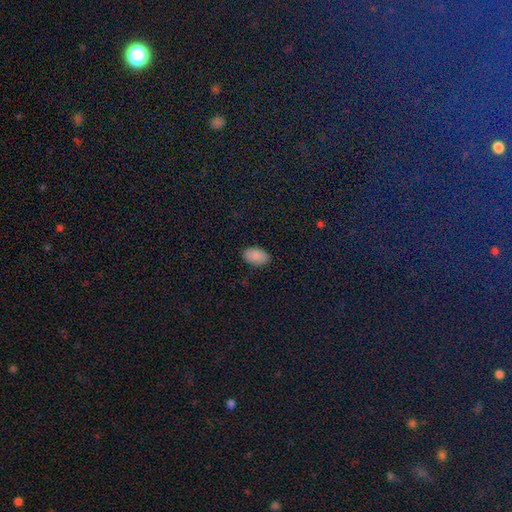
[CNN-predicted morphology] smooth_or_featured: smooth (p=0.87) [alt: star or artifact p=0.08]
how_rounded: in between (p=0.92) [alt: round p=0.07]
merging: none (p=0.87) [alt: minor disturbance p=0.10]